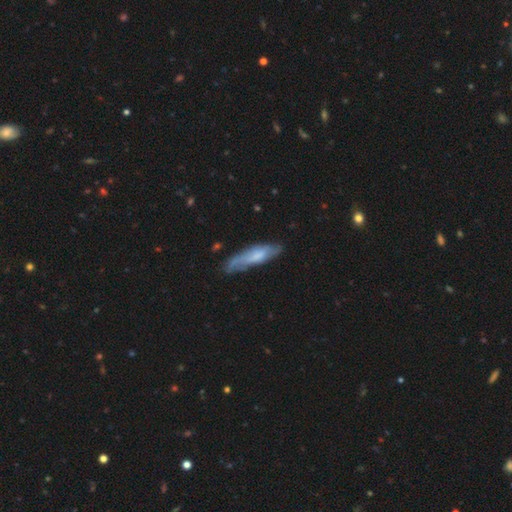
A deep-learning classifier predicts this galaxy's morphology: Smooth or featured: smooth — 51% (featured or disk — 43%)
How rounded: cigar-shaped — 67% (in between — 31%)
Merging: none — 58% (minor disturbance — 28%)